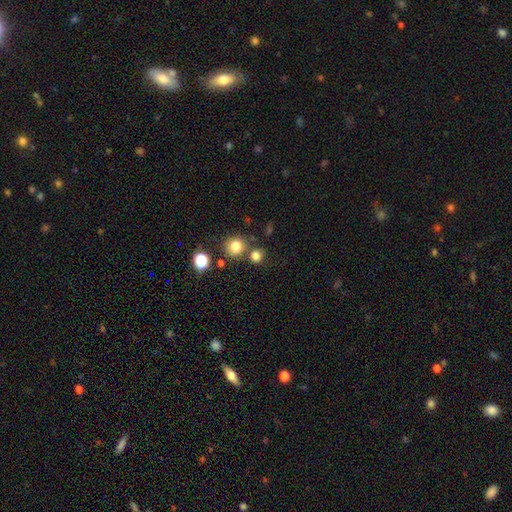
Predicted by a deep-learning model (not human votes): Smooth or featured?
  - smooth: 78% *
  - star or artifact: 16%
  - featured or disk: 6%
How rounded?
  - round: 84% *
  - in between: 15%
  - cigar-shaped: 1%
Merging?
  - none: 71% *
  - merger: 17%
  - minor disturbance: 9%
  - major disturbance: 3%